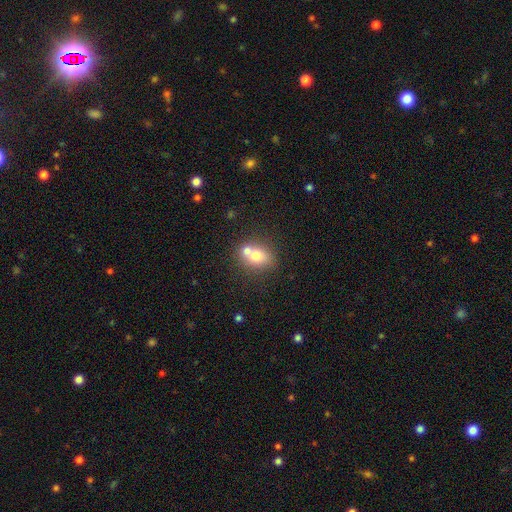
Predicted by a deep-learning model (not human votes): A smooth galaxy with no disk features (70%) that is round (51%). Merging: merger (48%).